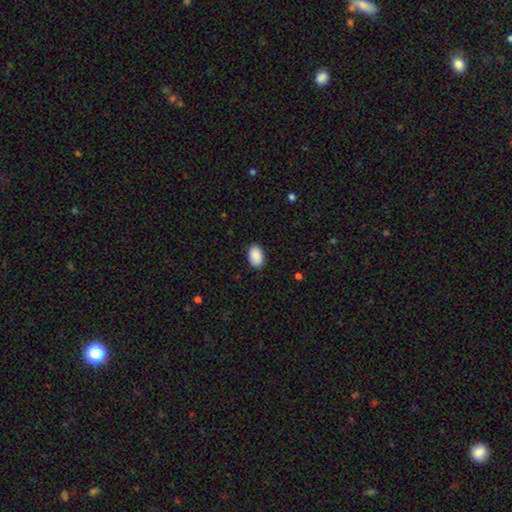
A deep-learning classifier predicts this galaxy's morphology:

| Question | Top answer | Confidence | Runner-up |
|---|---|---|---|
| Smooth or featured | smooth | 90% | star or artifact (6%) |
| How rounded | in between | 91% | round (8%) |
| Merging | none | 88% | minor disturbance (9%) |